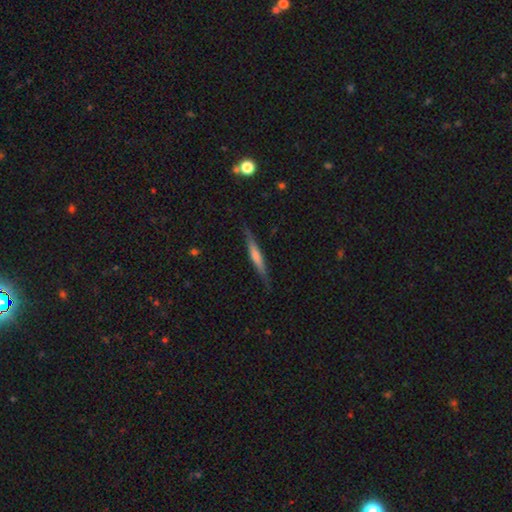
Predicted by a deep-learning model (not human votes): Overall: featured or disk (56%; smooth 38%). Edge-on disk: yes (96%). Edge-on bulge: rounded (45%; none 39%). Merging: none (86%).